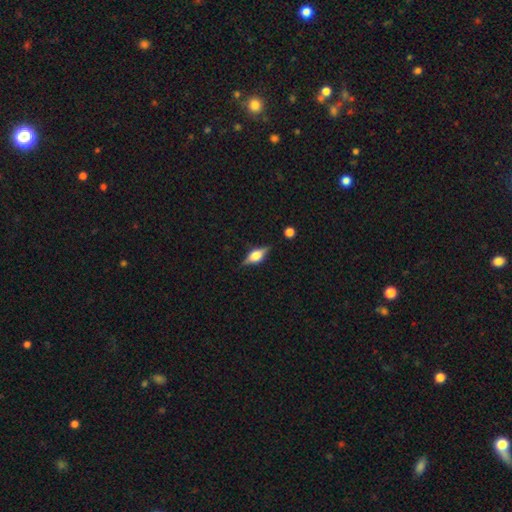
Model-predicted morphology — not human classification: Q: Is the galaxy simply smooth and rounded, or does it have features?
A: featured or disk — 63%.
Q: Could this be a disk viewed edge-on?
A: yes — 95%.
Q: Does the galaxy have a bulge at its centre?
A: rounded — 88%.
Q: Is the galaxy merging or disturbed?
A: none — 83%.